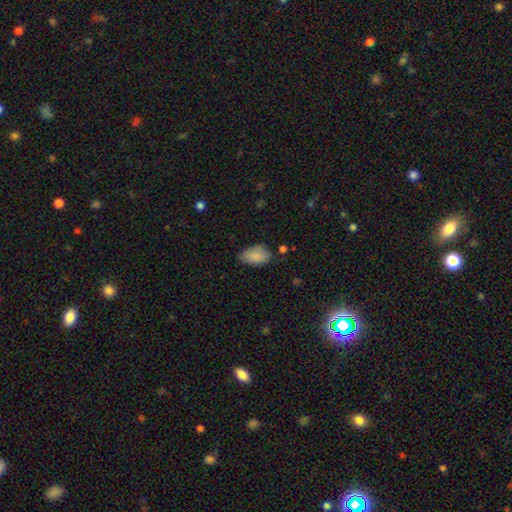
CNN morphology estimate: Smooth or featured?
  - smooth: 86% *
  - star or artifact: 7%
  - featured or disk: 7%
How rounded?
  - in between: 91% *
  - round: 8%
  - cigar-shaped: 2%
Merging?
  - none: 65% *
  - minor disturbance: 27%
  - major disturbance: 5%
  - merger: 2%